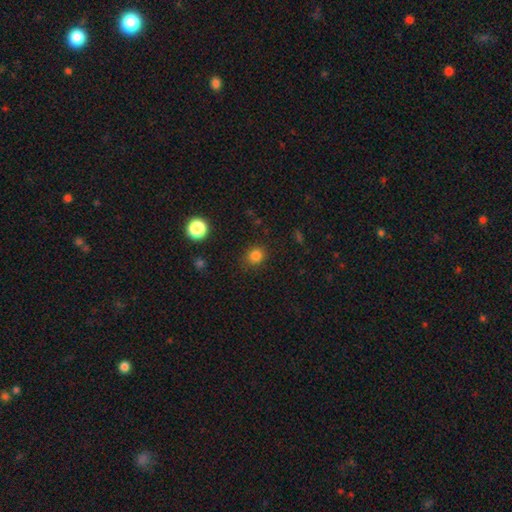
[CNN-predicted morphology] This is clearly a smooth galaxy (81%). How rounded: clearly round (82%). Merging: clearly none (86%).